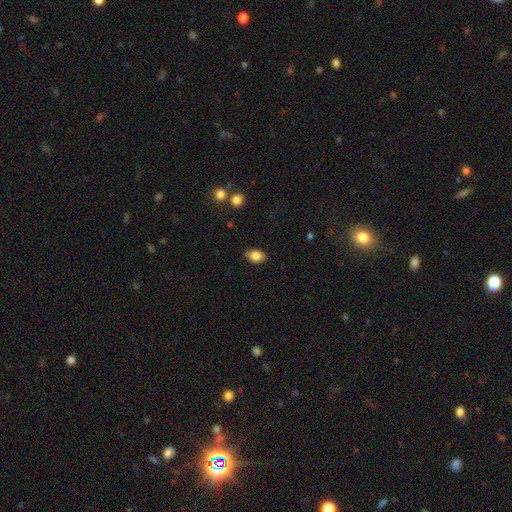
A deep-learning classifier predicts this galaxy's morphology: This is clearly a smooth galaxy (83%). How rounded: clearly in between (84%). Merging: clearly none (81%).